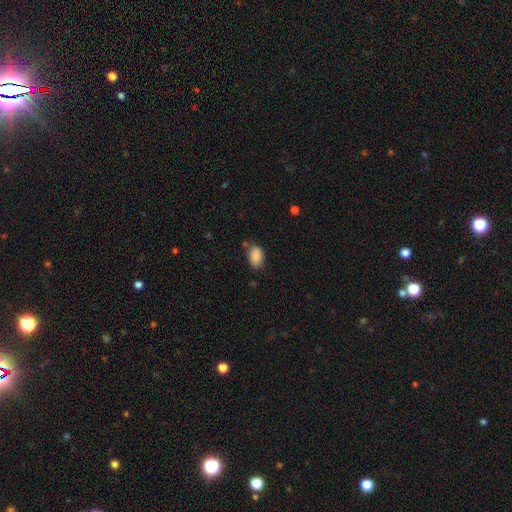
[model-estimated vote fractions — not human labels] Smooth or featured: smooth — 88% (star or artifact — 8%)
How rounded: in between — 91% (round — 7%)
Merging: none — 73% (minor disturbance — 18%)